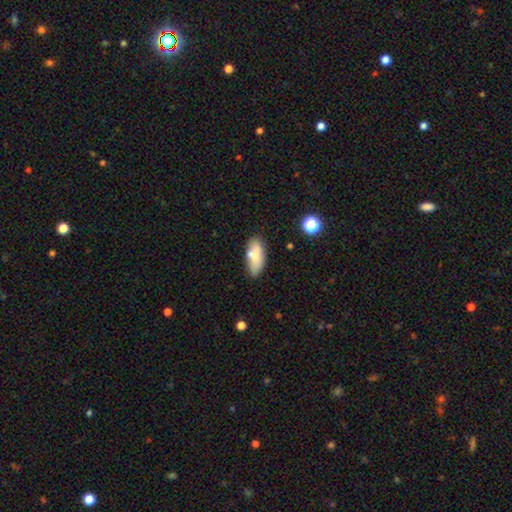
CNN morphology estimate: Overall: smooth (75%). How rounded: in between (84%). Merging: none (67%).